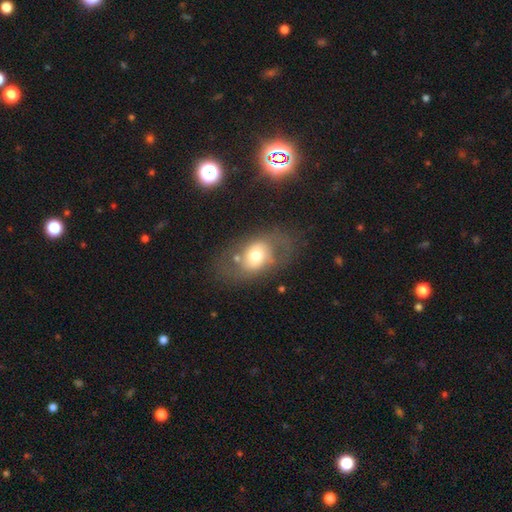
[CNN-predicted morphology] Smooth or featured: smooth — 49% (featured or disk — 42%)
Merging: none — 61% (minor disturbance — 18%)